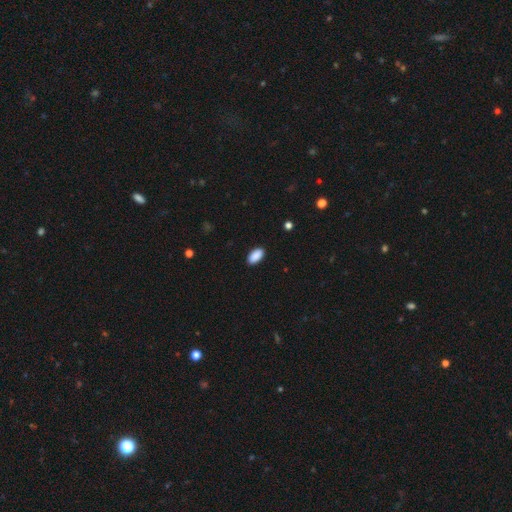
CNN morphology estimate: Q: Smooth or featured?
A: smooth (90%); runner-up: star or artifact (7%)
Q: How rounded?
A: in between (95%); runner-up: cigar-shaped (3%)
Q: Merging?
A: none (89%); runner-up: minor disturbance (8%)